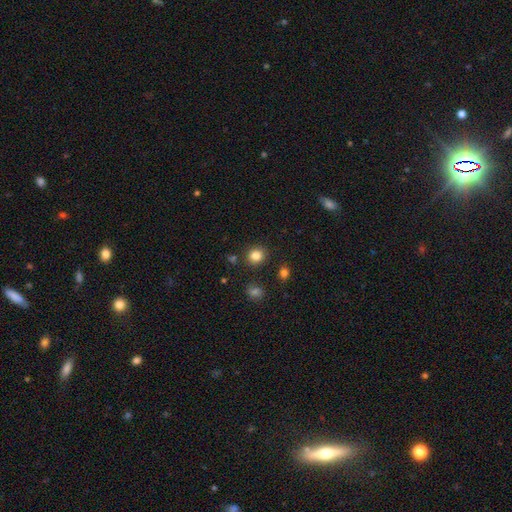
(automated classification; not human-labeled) Smooth or featured? Predicted: smooth (p=0.84). How rounded? Predicted: round (p=0.84). Merging? Predicted: none (p=0.87).